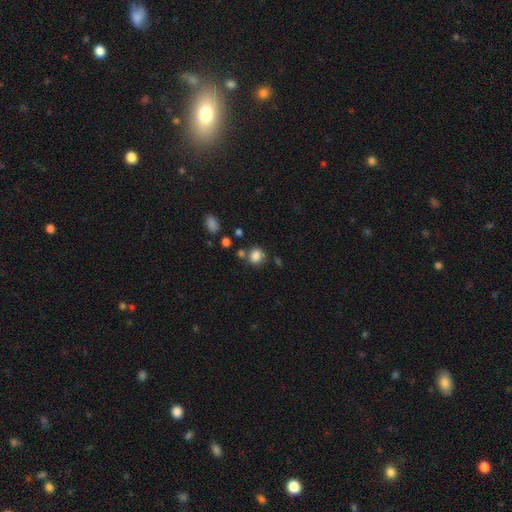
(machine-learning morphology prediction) This is clearly a smooth galaxy (84%). How rounded: likely round (76%). Merging: likely none (71%).